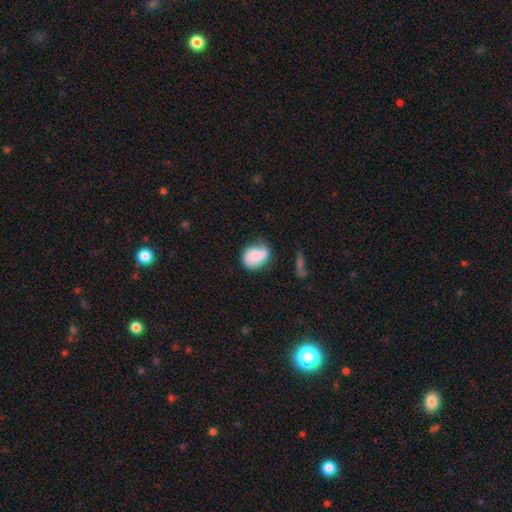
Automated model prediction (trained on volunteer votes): Smooth or featured? smooth (57%)
How rounded? in between (50%)
Merging? none (44%)